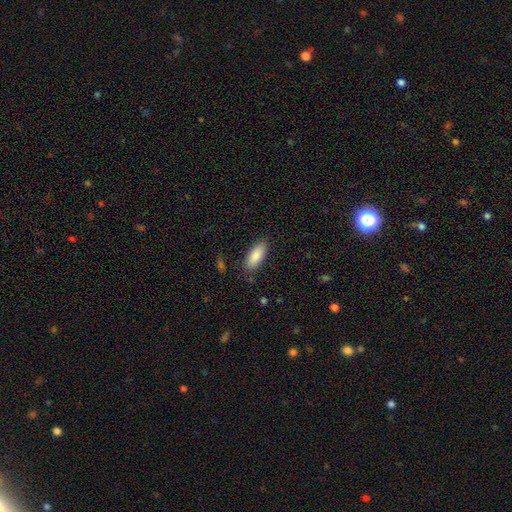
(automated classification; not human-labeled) Smooth or featured: smooth — 87% (featured or disk — 7%)
How rounded: in between — 80% (cigar-shaped — 18%)
Merging: none — 83% (minor disturbance — 12%)